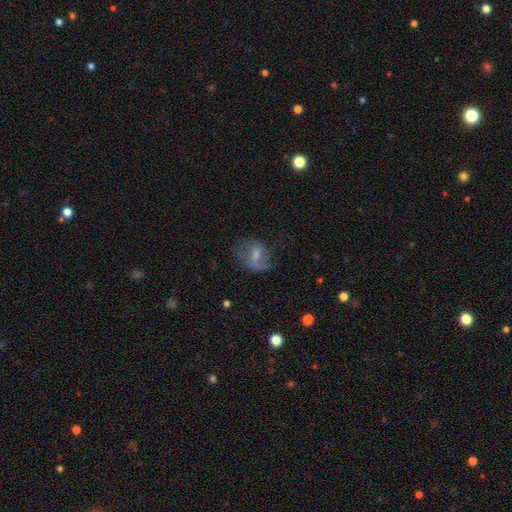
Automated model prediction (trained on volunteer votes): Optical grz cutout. It shows a featured or disk galaxy (50%). Merging: none (41%).